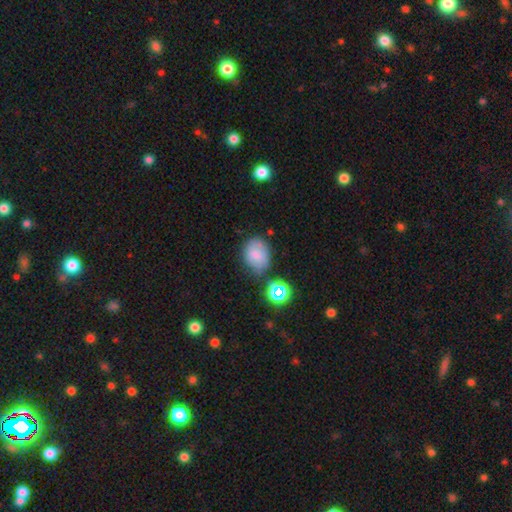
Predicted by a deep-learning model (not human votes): Morphology: type=smooth (70%); roundness=in between (51%); merging=none (60%).